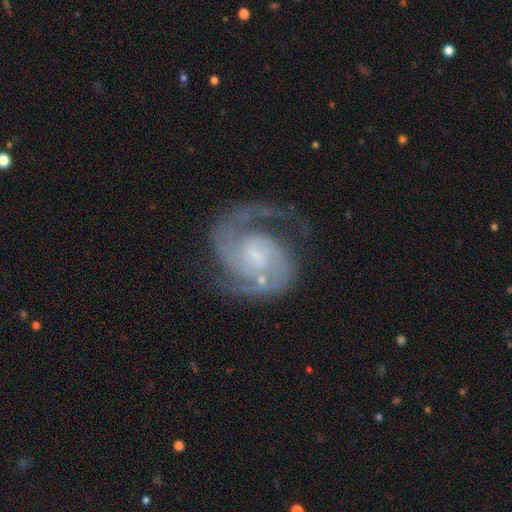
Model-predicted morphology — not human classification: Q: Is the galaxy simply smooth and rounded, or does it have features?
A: featured or disk — 92%.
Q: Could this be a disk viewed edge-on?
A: no — 98%.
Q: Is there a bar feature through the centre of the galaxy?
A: weak — 46%.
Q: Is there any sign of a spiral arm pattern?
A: yes — 98%.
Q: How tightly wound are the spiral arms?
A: medium — 52%.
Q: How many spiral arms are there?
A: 2 — 87%.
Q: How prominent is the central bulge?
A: small — 58%.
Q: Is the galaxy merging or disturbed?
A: none — 72%.